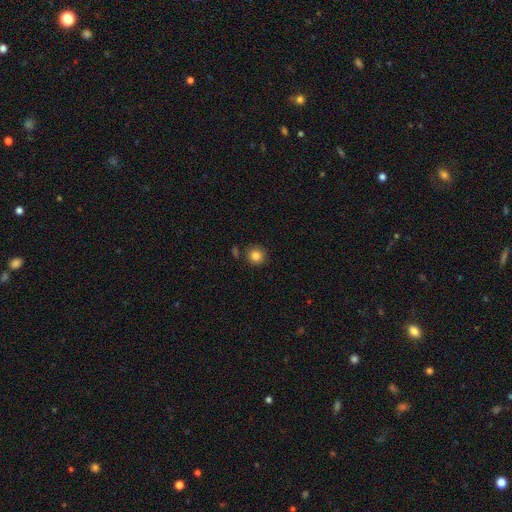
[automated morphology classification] This appears to be a smooth galaxy with no disk features (85%) that is round (94%). Merging: none (84%).